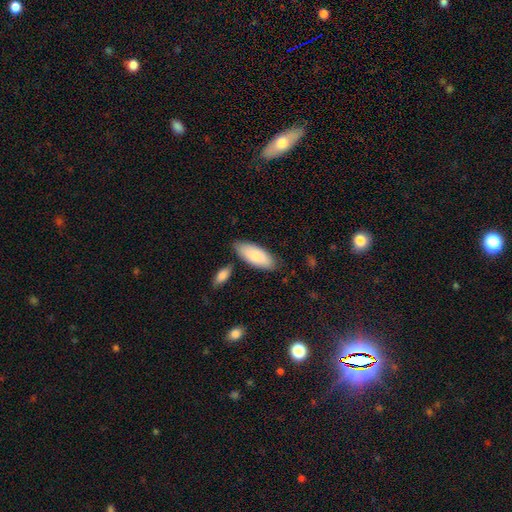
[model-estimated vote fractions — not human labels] smooth-or-featured: smooth: 81% | featured or disk: 14% | star or artifact: 5%
  how-rounded: in between: 84% | cigar-shaped: 14% | round: 2%
  merging: none: 79% | minor disturbance: 13% | merger: 6% | major disturbance: 3%